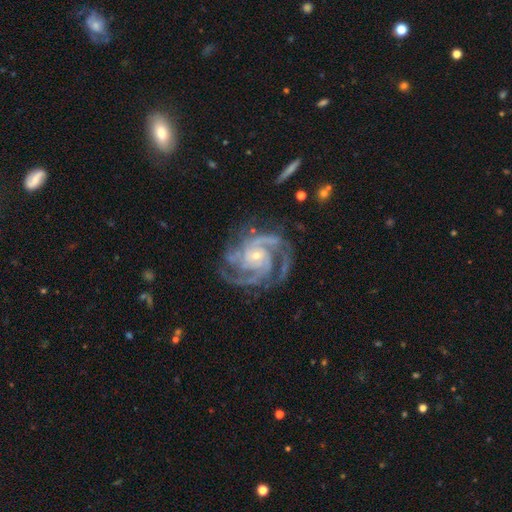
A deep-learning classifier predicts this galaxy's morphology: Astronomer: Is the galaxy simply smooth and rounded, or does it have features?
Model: featured or disk — 92%.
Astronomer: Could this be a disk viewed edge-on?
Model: no — 98%.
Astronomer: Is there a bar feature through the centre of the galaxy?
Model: no — 70%.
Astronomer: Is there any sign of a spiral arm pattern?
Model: yes — 98%.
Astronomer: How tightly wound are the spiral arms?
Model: tight — 56% (runner-up: medium, 39%).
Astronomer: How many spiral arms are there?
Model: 3 — 42% (runner-up: 4, 23%).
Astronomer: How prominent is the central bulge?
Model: small — 74%.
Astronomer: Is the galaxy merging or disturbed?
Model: none — 72%.